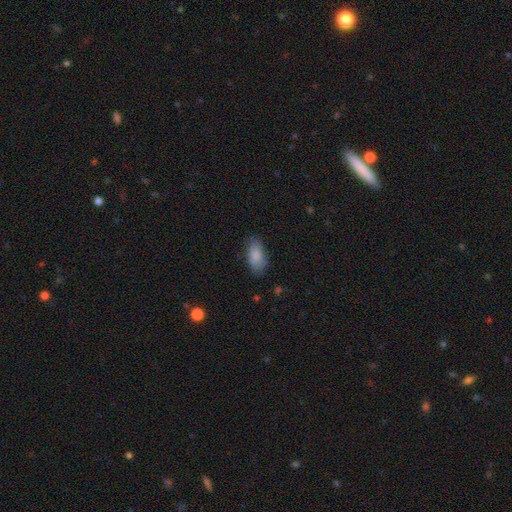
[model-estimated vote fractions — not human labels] The model was most divided on "merging": none: 77%, minor disturbance: 18%, major disturbance: 4%, merger: 1%. More confident: how rounded — in between (90%); smooth or featured — smooth (85%).